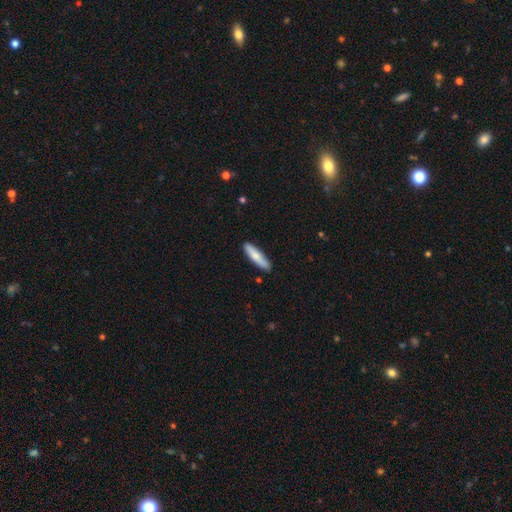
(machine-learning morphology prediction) Overall: smooth (74%). How rounded: cigar-shaped (79%). Merging: none (87%).